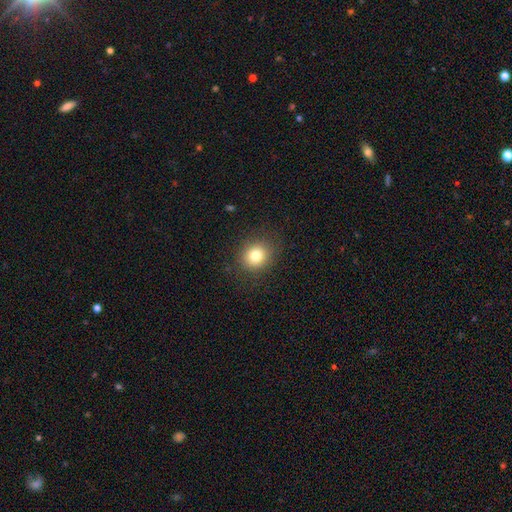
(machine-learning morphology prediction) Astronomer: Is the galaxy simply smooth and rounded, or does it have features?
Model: smooth — 79%.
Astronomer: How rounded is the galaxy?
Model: round — 78%.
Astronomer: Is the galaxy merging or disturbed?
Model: none — 87%.